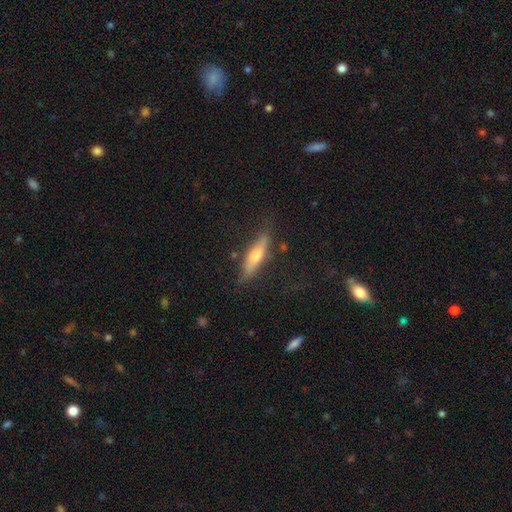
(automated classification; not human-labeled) Smooth or featured?
  - featured or disk: 50% *
  - smooth: 42%
  - star or artifact: 7%
Edge-on disk?
  - yes: 90% *
  - no: 10%
Merging?
  - none: 78% *
  - minor disturbance: 15%
  - major disturbance: 4%
  - merger: 2%